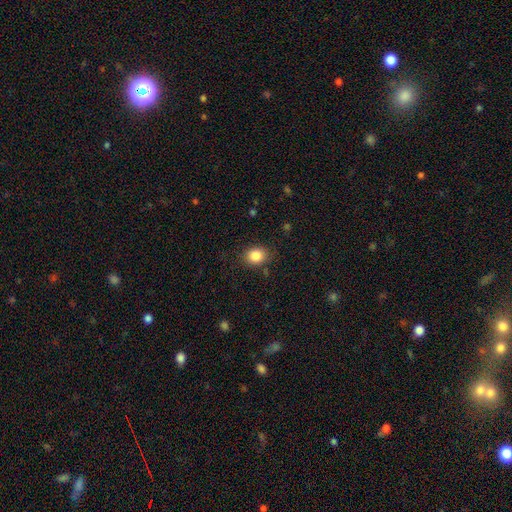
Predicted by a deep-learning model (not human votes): Q: Smooth or featured?
A: smooth (85%); runner-up: star or artifact (10%)
Q: How rounded?
A: round (58%); runner-up: in between (41%)
Q: Merging?
A: none (83%); runner-up: minor disturbance (12%)